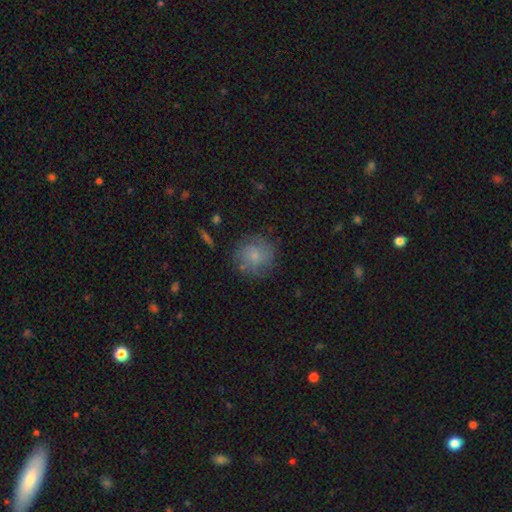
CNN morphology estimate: A smooth galaxy with no disk features (60%) that is round (90%).

Vote fractions:
- Smooth or featured? smooth: 60% / featured or disk: 30% / star or artifact: 10%
- How rounded? round: 90% / in between: 9% / cigar-shaped: 1%
- Merging? none: 75% / minor disturbance: 17% / major disturbance: 6% / merger: 2%